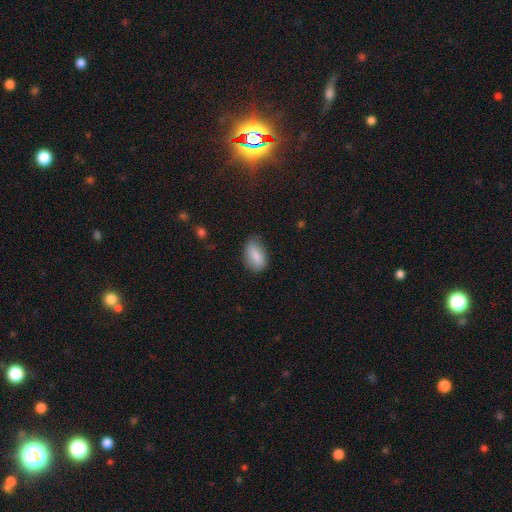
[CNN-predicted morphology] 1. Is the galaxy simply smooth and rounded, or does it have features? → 85% smooth, 8% featured or disk, 7% star or artifact.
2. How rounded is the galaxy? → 90% in between, 6% round, 4% cigar-shaped.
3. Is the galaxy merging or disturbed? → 71% none, 23% minor disturbance, 5% major disturbance, 1% merger.